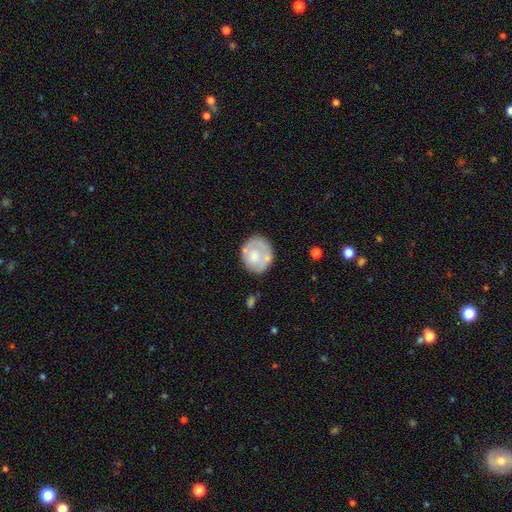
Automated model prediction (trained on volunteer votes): Overall: smooth (55%; featured or disk 39%). How rounded: round (66%; in between 33%). Merging: none (62%).